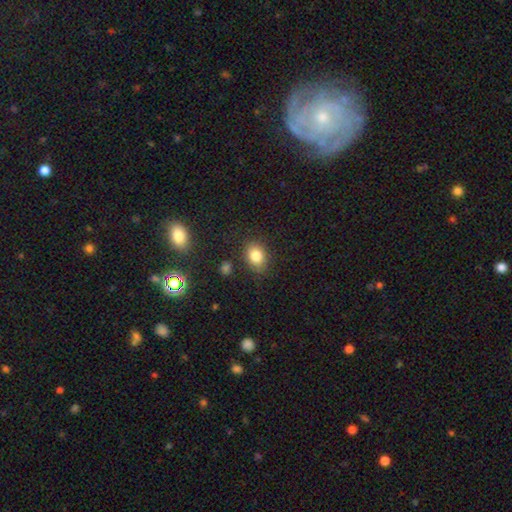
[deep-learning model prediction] A smooth galaxy with no disk features (82%) that is in between round and cigar-shaped (63%). Merging: none (80%).